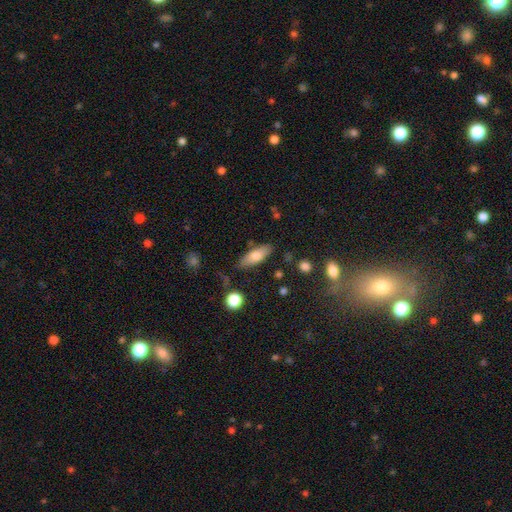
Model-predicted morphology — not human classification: A smooth galaxy with no disk features (73%) that is in between round and cigar-shaped (67%). Merging: none (77%).